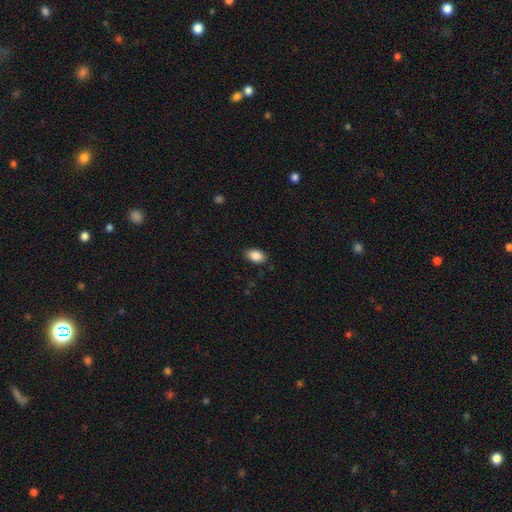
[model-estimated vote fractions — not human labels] Smooth or featured?
  - smooth: 88% *
  - star or artifact: 7%
  - featured or disk: 5%
How rounded?
  - in between: 92% *
  - round: 6%
  - cigar-shaped: 2%
Merging?
  - none: 85% *
  - minor disturbance: 11%
  - major disturbance: 2%
  - merger: 1%